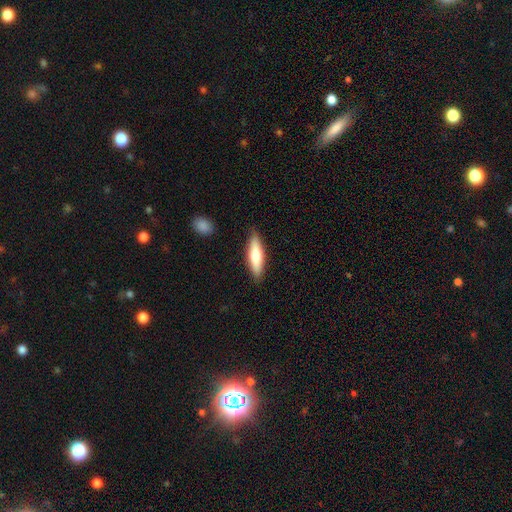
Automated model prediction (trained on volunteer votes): Q: Smooth or featured?
A: smooth (71%); runner-up: featured or disk (24%)
Q: How rounded?
A: cigar-shaped (63%); runner-up: in between (35%)
Q: Merging?
A: none (86%); runner-up: minor disturbance (11%)